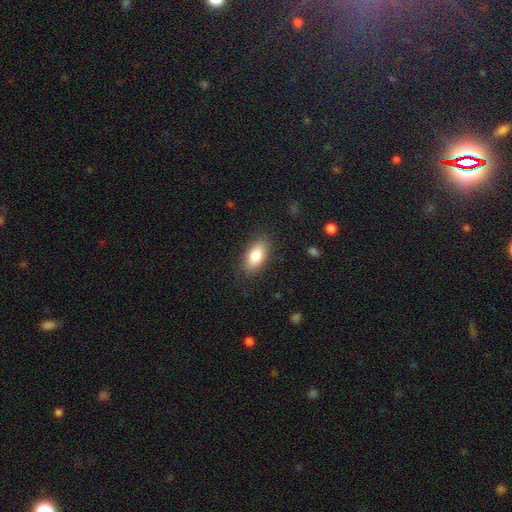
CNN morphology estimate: Smooth or featured? smooth (82%)
How rounded? in between (89%)
Merging? none (87%)